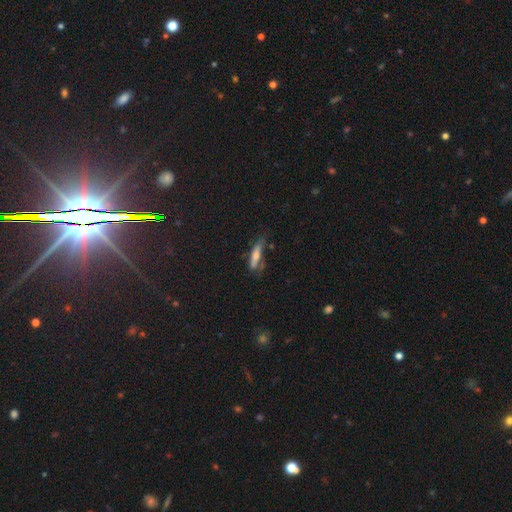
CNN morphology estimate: Smooth or featured?
  - smooth: 47% *
  - featured or disk: 38%
  - star or artifact: 15%
Merging?
  - none: 56% *
  - minor disturbance: 26%
  - major disturbance: 13%
  - merger: 6%